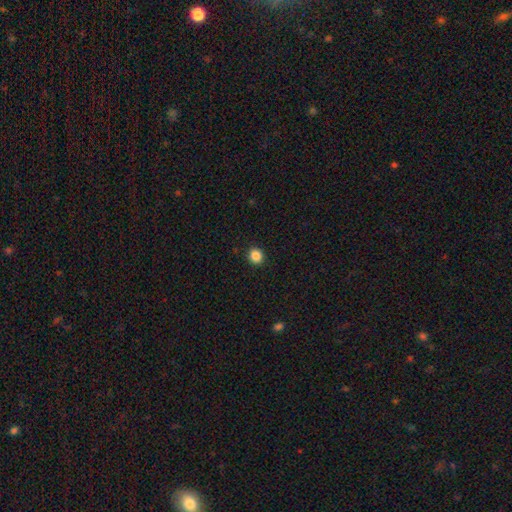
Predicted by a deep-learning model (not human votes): Smooth or featured: smooth — 86% (star or artifact — 11%)
How rounded: round — 85% (in between — 14%)
Merging: none — 92% (minor disturbance — 5%)